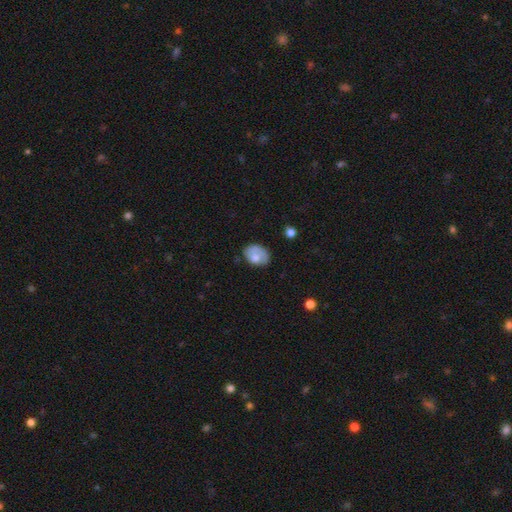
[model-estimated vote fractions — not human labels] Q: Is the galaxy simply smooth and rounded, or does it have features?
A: smooth — 61%.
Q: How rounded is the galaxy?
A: in between — 65%.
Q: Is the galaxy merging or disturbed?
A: none — 58%.